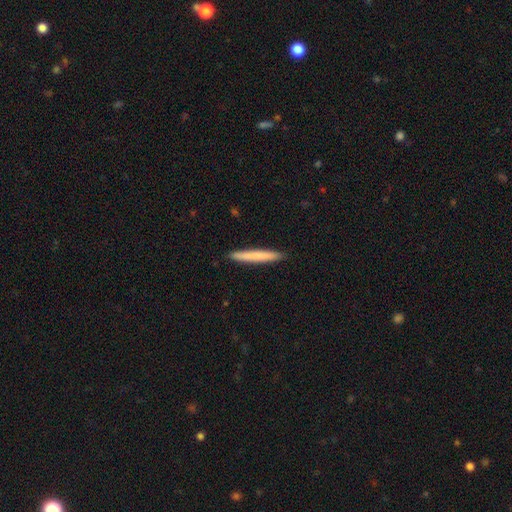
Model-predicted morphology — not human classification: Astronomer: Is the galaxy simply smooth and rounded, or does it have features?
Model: smooth — 73%.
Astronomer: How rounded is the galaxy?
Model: cigar-shaped — 97%.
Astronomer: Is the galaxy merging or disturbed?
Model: none — 92%.